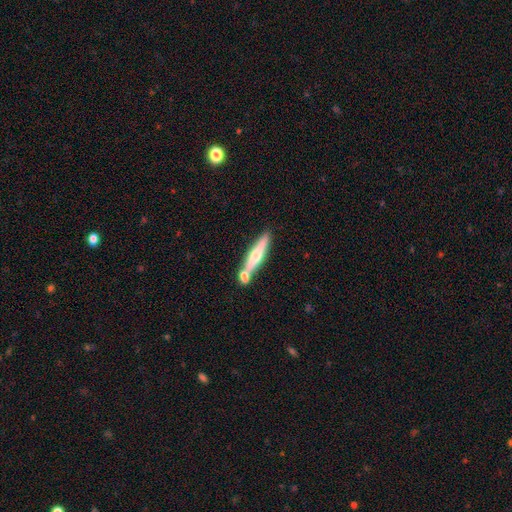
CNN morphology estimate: Q: Smooth or featured?
A: featured or disk (51%); runner-up: smooth (43%)
Q: Edge-on disk?
A: yes (93%); runner-up: no (7%)
Q: Merging?
A: none (57%); runner-up: merger (28%)